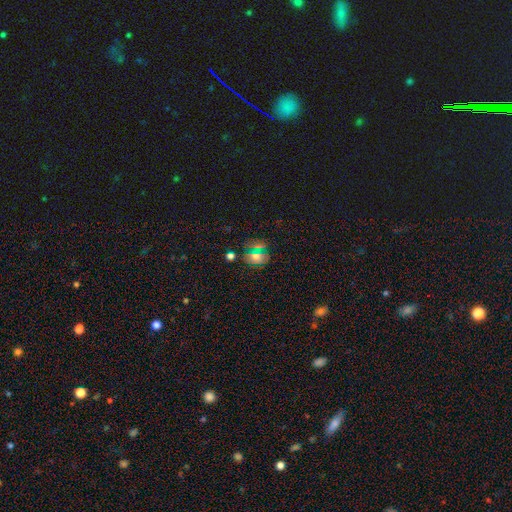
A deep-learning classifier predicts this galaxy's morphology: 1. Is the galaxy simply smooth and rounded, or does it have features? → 55% smooth, 25% star or artifact, 19% featured or disk.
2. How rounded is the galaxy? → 60% in between, 36% round, 4% cigar-shaped.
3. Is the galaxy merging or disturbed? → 69% none, 14% minor disturbance, 10% merger, 6% major disturbance.